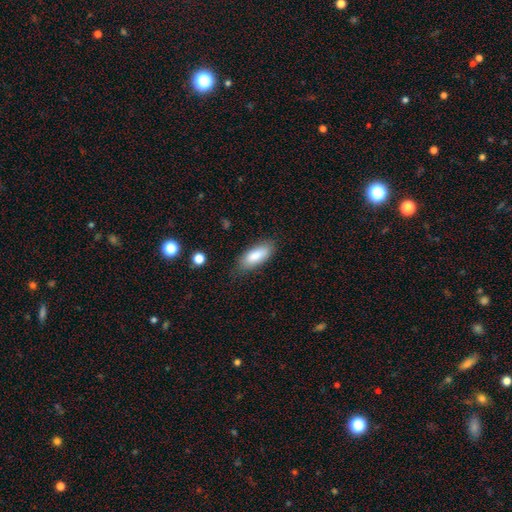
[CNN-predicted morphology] This appears to be a smooth galaxy with no disk features (84%) that is in between round and cigar-shaped (77%). Merging: none (77%).